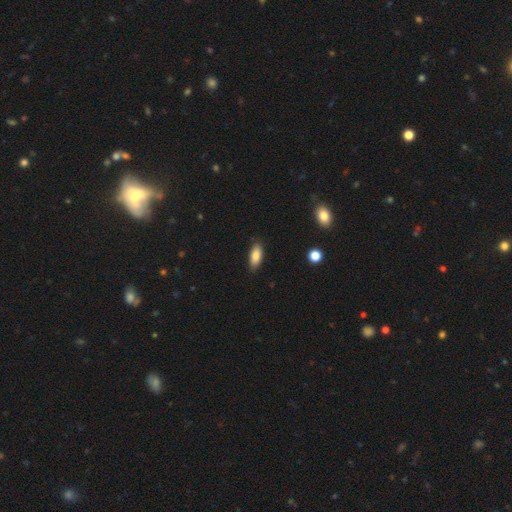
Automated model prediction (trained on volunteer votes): Smooth or featured? Predicted: smooth (p=0.84). How rounded? Predicted: in between (p=0.80). Merging? Predicted: none (p=0.84).